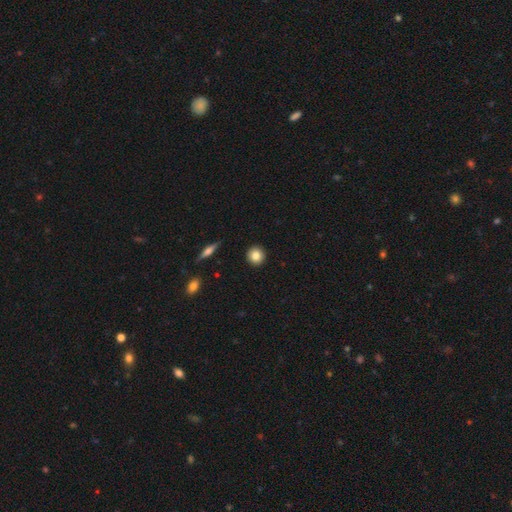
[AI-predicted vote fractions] This appears to be a smooth galaxy with no disk features (83%) that is round (91%). Merging: none (92%).